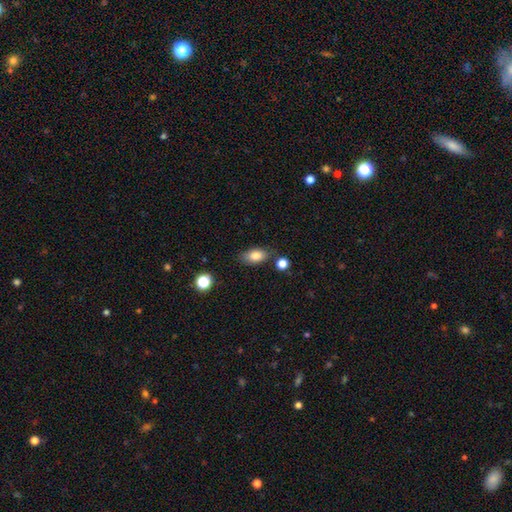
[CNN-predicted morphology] Smooth or featured?
  - smooth: 83% *
  - star or artifact: 8%
  - featured or disk: 8%
How rounded?
  - in between: 88% *
  - round: 8%
  - cigar-shaped: 4%
Merging?
  - none: 77% *
  - minor disturbance: 14%
  - merger: 6%
  - major disturbance: 3%